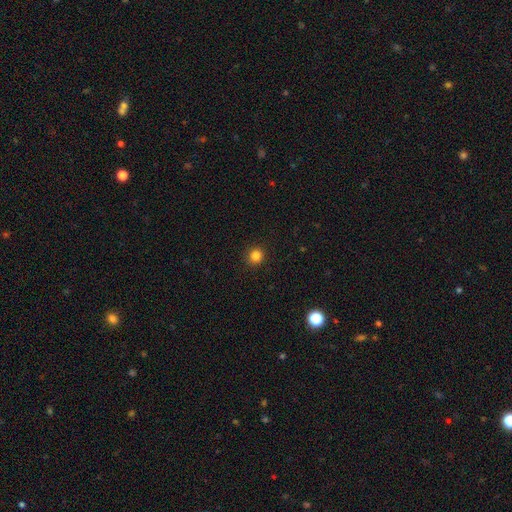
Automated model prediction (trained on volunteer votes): Smooth or featured? smooth (84%)
How rounded? round (92%)
Merging? none (92%)